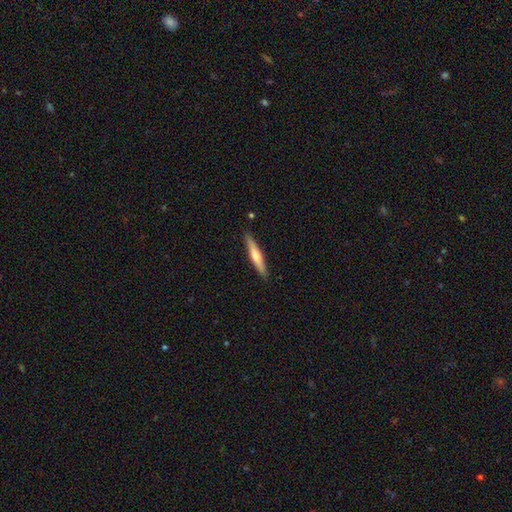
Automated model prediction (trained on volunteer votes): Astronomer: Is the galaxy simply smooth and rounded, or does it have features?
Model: smooth — 56% (runner-up: featured or disk, 39%).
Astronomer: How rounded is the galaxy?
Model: cigar-shaped — 92%.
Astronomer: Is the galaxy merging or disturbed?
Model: none — 89%.